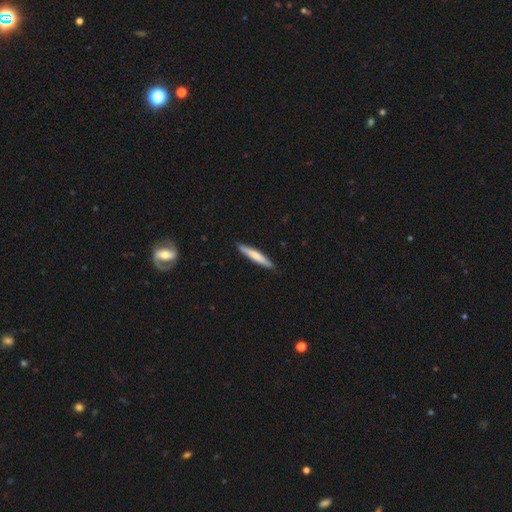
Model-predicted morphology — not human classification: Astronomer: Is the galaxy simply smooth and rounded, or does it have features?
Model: smooth — 67%.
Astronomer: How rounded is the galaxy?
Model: cigar-shaped — 93%.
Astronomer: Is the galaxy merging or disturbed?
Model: none — 90%.